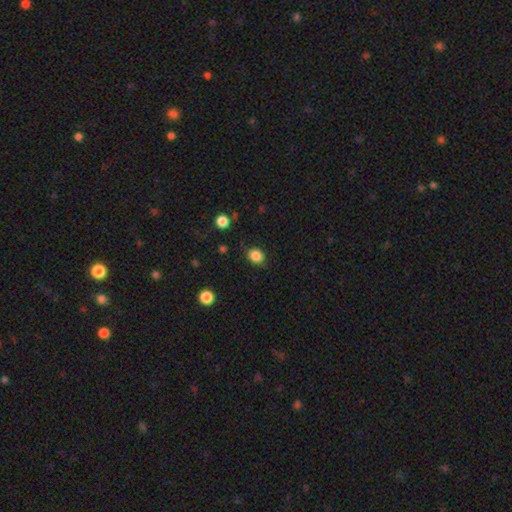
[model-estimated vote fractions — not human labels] A smooth galaxy with no disk features (86%) that is round (53%). Merging: none (83%).